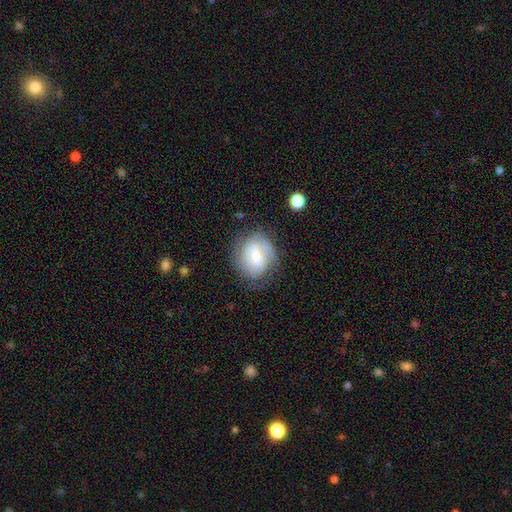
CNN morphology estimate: Smooth or featured? featured or disk (54%)
Edge-on disk? no (97%)
Bar? weak (55%)
Spiral arms? yes (77%)
Bulge size? small (48%)
Merging? none (63%)